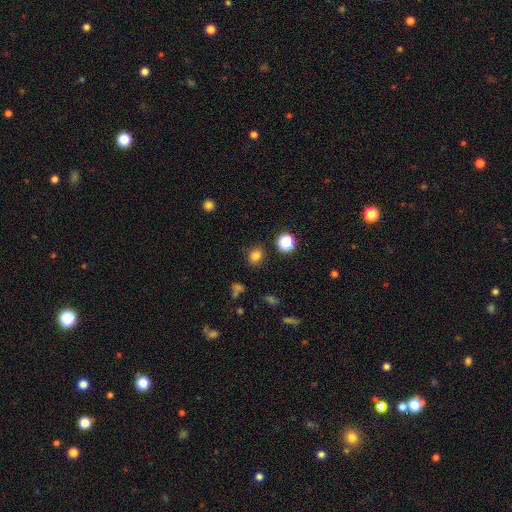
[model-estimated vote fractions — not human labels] smooth 80%, star or artifact 15%, featured or disk 4%. Down the decision tree: how rounded — round (73%); merging — none (85%).